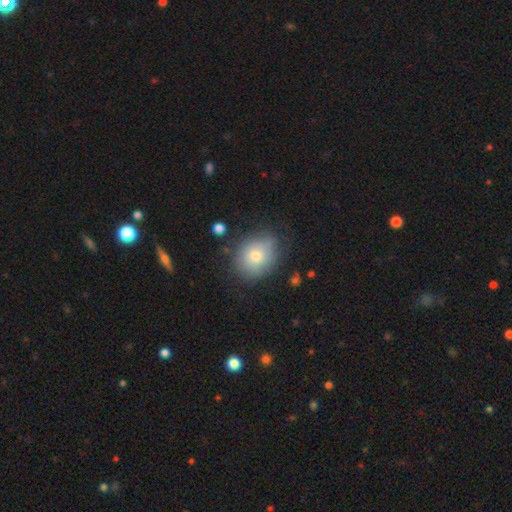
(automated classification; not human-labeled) A smooth galaxy with no disk features (73%) that is round (62%). Merging: none (71%).